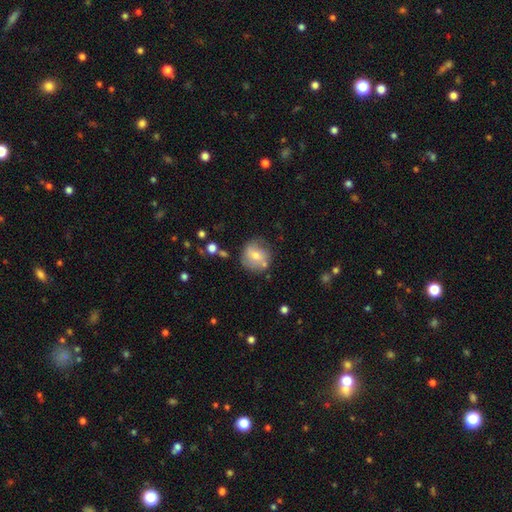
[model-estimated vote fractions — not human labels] This appears to be a smooth galaxy with no disk features (60%) that is round (87%). Merging: none (65%).